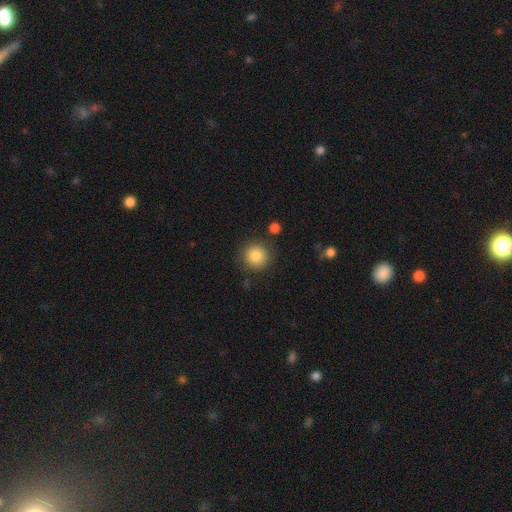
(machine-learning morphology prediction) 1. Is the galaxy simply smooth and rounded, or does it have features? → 84% smooth, 9% star or artifact, 6% featured or disk.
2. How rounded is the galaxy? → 94% round, 5% in between, 1% cigar-shaped.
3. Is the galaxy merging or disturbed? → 86% none, 8% minor disturbance, 3% major disturbance, 3% merger.